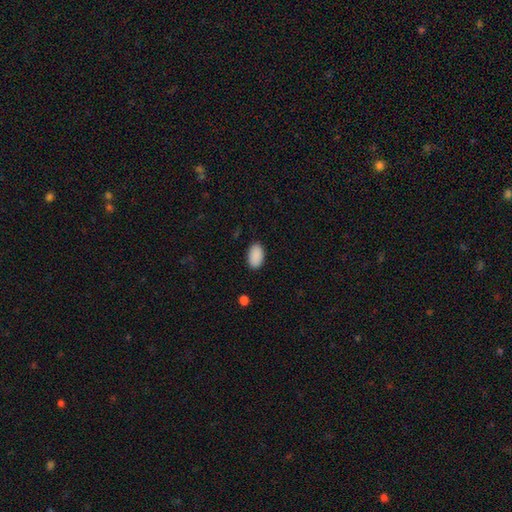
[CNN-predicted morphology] Smooth or featured?
  - smooth: 90% *
  - star or artifact: 7%
  - featured or disk: 3%
How rounded?
  - in between: 94% *
  - round: 5%
  - cigar-shaped: 1%
Merging?
  - none: 88% *
  - minor disturbance: 9%
  - major disturbance: 2%
  - merger: 1%